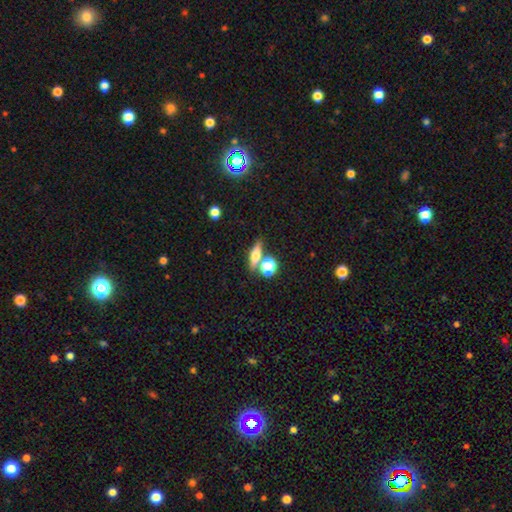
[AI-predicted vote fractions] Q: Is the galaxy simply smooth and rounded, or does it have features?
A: smooth — 56%.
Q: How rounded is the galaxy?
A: cigar-shaped — 42%.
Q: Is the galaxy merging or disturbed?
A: none — 66%.